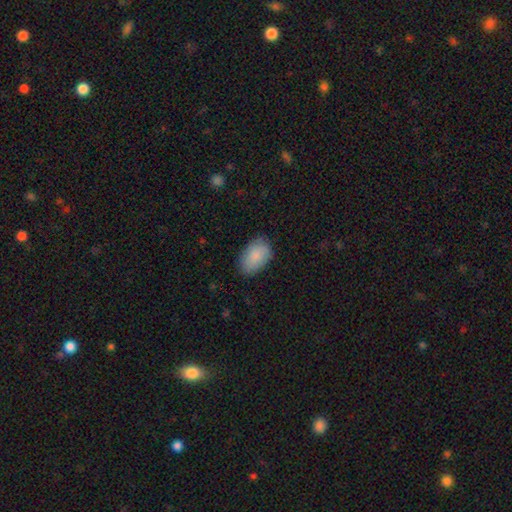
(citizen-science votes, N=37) Smooth or featured? smooth (97%)
How rounded? in between (89%)
Merging? none (67%)